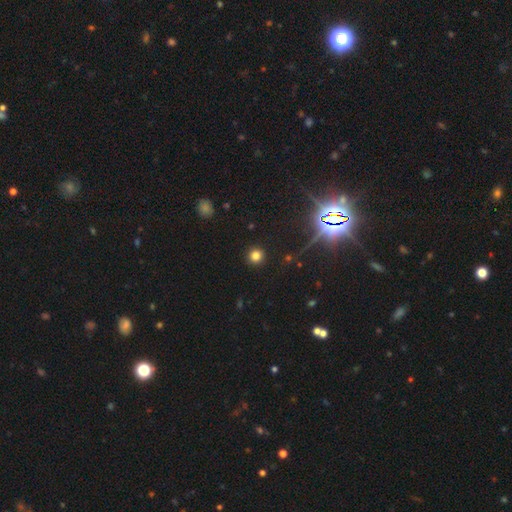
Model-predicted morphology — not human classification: Smooth or featured? smooth (78%)
How rounded? round (94%)
Merging? none (92%)